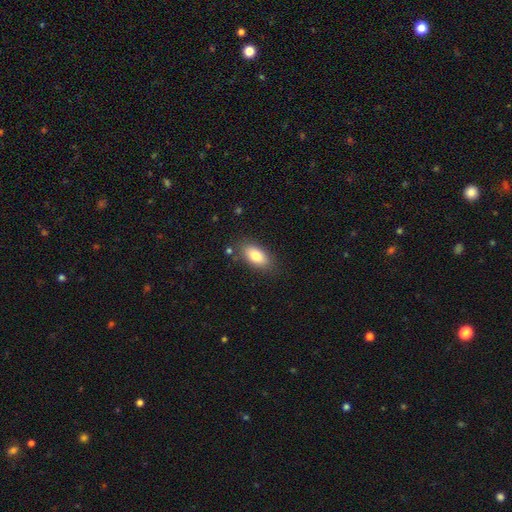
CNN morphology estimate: smooth-or-featured: smooth: 81% | featured or disk: 12% | star or artifact: 7%
  how-rounded: in between: 89% | cigar-shaped: 8% | round: 4%
  merging: none: 82% | minor disturbance: 12% | major disturbance: 3% | merger: 3%